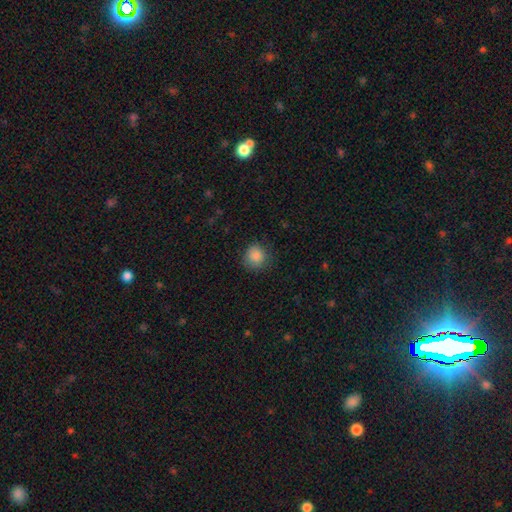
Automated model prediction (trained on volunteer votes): Smooth or featured? Predicted: smooth (p=0.87). How rounded? Predicted: round (p=0.88). Merging? Predicted: none (p=0.82).